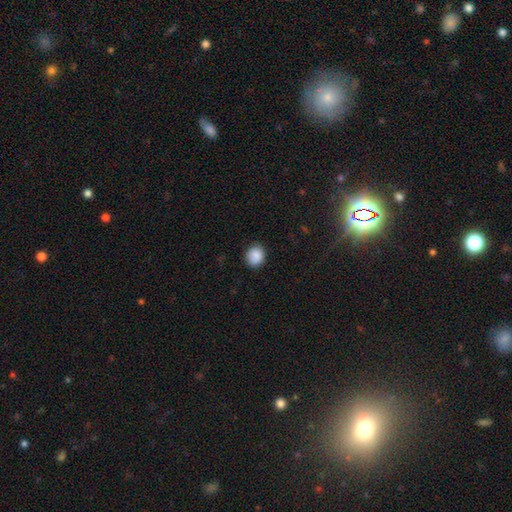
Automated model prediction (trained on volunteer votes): Smooth or featured?
  - smooth: 89% *
  - star or artifact: 8%
  - featured or disk: 3%
How rounded?
  - round: 75% *
  - in between: 24%
  - cigar-shaped: 1%
Merging?
  - none: 87% *
  - minor disturbance: 10%
  - major disturbance: 2%
  - merger: 1%